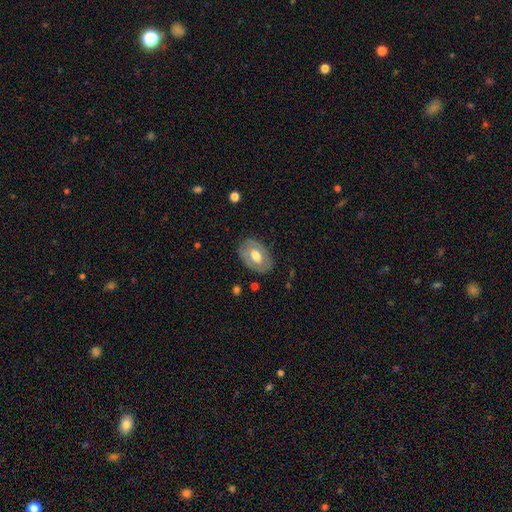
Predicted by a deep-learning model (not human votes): This appears to be a smooth galaxy with no disk features (47%, tied with featured or disk). Merging: none (81%).